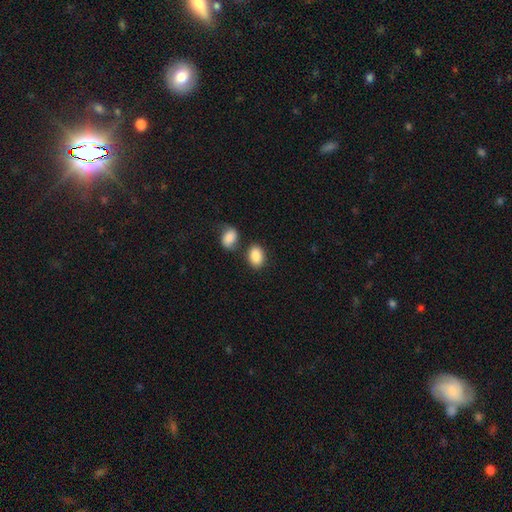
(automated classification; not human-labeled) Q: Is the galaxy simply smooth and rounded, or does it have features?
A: smooth — 87%.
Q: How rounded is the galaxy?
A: in between — 80%.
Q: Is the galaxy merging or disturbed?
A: none — 68%.